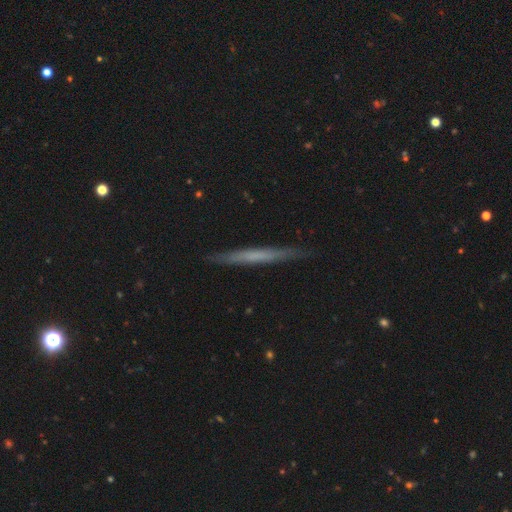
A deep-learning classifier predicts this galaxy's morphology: featured or disk 49%, smooth 45%, star or artifact 6%. Down the decision tree: merging — none (89%).